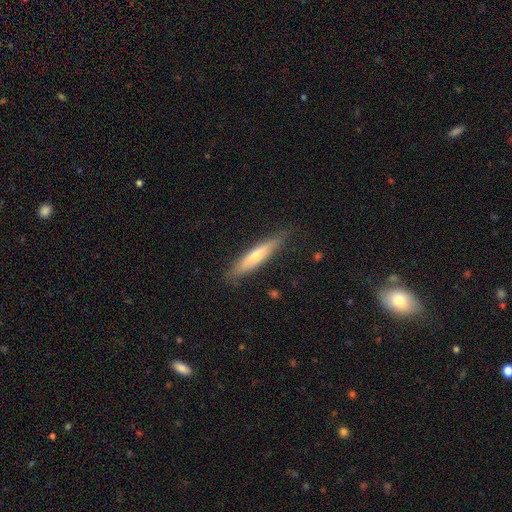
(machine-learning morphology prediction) type=smooth (56%); roundness=cigar-shaped (89%); merging=none (85%).